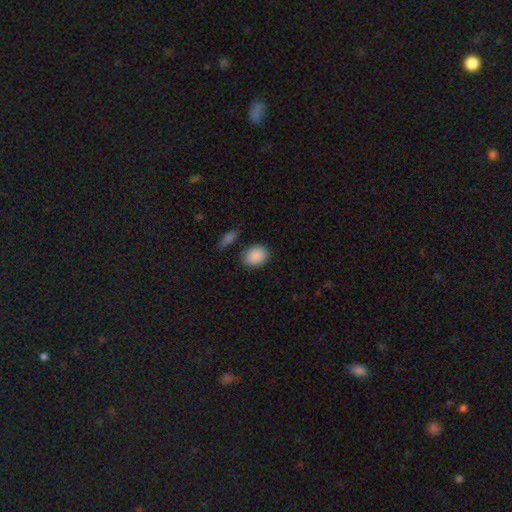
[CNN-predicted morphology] Smooth or featured: smooth — 90% (star or artifact — 7%)
How rounded: in between — 62% (round — 37%)
Merging: none — 80% (minor disturbance — 13%)